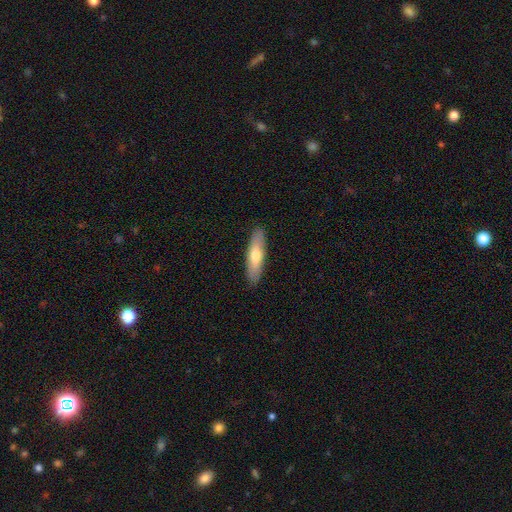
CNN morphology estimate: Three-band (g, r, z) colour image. It shows a smooth galaxy with no disk features (66%) that is cigar-shaped (67%). Merging: none (89%).